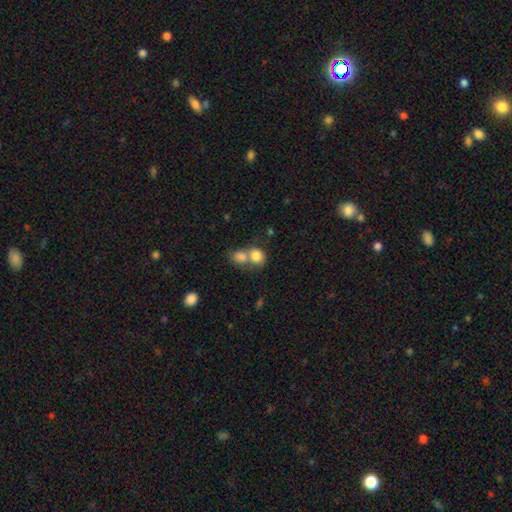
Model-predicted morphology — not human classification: smooth-or-featured: smooth: 81% | featured or disk: 10% | star or artifact: 9%
  how-rounded: round: 58% | in between: 40% | cigar-shaped: 1%
  merging: merger: 63% | none: 26% | minor disturbance: 7% | major disturbance: 4%